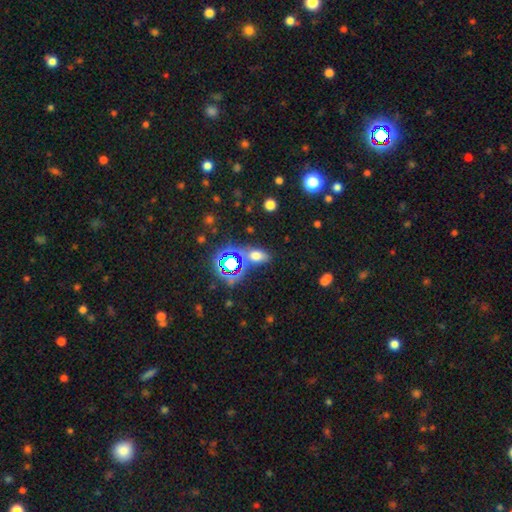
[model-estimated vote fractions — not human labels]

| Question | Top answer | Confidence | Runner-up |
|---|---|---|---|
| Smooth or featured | smooth | 59% | star or artifact (31%) |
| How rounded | in between | 81% | round (14%) |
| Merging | none | 67% | merger (13%) |